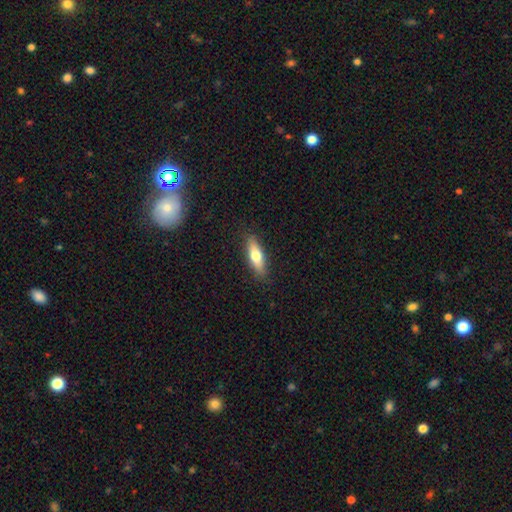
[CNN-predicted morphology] type=smooth (65%); roundness=cigar-shaped (53%); merging=none (87%).